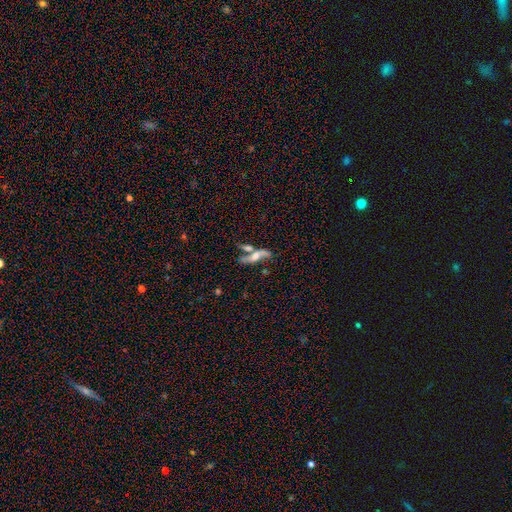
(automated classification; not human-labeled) smooth_or_featured: featured or disk (p=0.57) [alt: smooth p=0.33]
disk_edge_on: no (p=0.67) [alt: yes p=0.33]
merging: merger (p=0.37) [alt: none p=0.36]